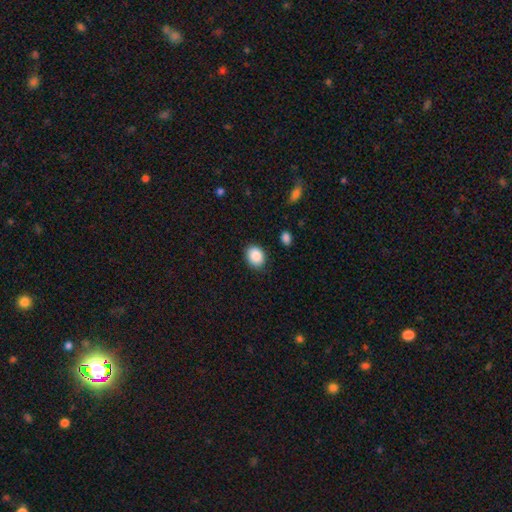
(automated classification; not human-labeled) Overall: smooth (89%). How rounded: in between (53%; round 46%). Merging: none (86%).